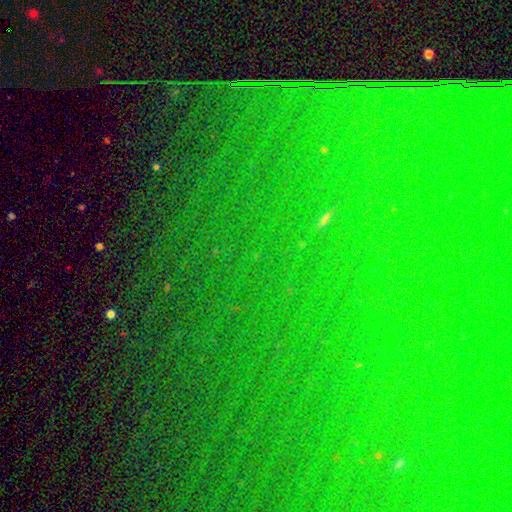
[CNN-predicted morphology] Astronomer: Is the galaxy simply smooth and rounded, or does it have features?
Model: star or artifact — 85%.